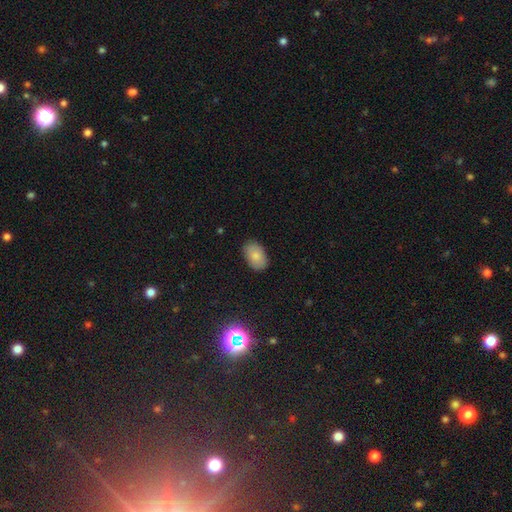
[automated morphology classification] Smooth or featured? smooth (83%)
How rounded? in between (91%)
Merging? none (86%)